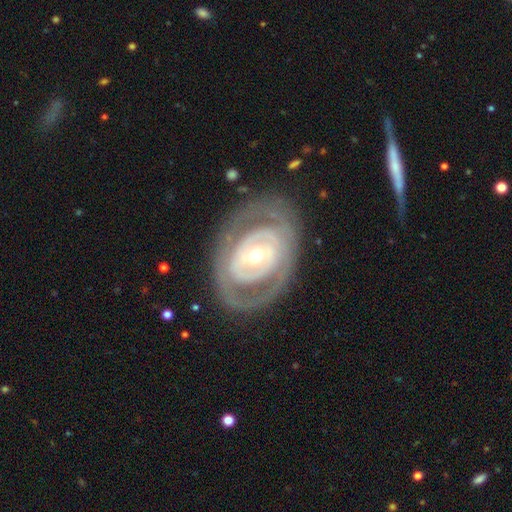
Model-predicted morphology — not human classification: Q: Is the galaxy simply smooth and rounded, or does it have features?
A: featured or disk — 78%.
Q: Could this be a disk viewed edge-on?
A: no — 94%.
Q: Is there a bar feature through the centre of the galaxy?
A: no — 55%.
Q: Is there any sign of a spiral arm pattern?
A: yes — 52%.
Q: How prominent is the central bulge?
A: small — 47%, tied with moderate.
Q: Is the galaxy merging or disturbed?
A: none — 76%.